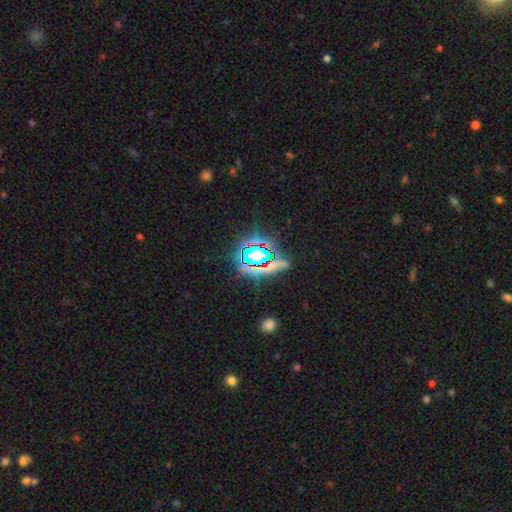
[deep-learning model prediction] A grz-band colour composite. It shows a star or artifact, not a galaxy (60%).